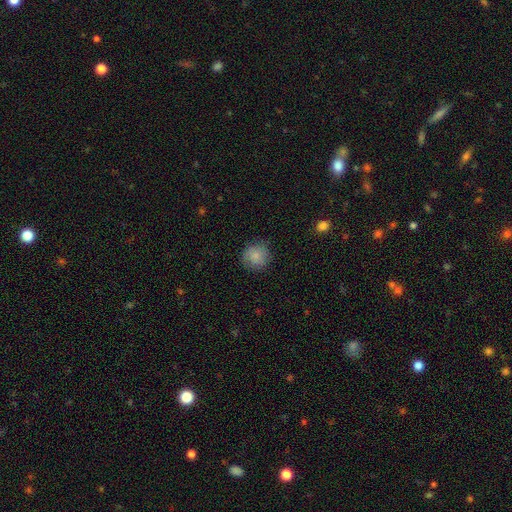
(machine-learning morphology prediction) A smooth galaxy with no disk features (80%) that is round (89%).

Vote fractions:
- Smooth or featured? smooth: 80% / featured or disk: 12% / star or artifact: 8%
- How rounded? round: 89% / in between: 10% / cigar-shaped: 1%
- Merging? none: 76% / minor disturbance: 18% / major disturbance: 5% / merger: 1%